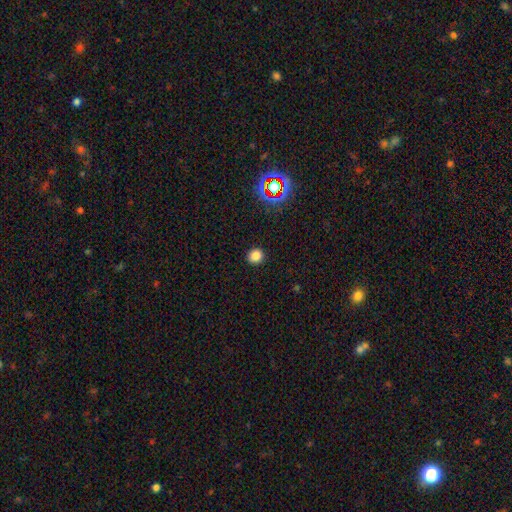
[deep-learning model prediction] smooth_or_featured: smooth (p=0.81) [alt: star or artifact p=0.15]
how_rounded: round (p=0.85) [alt: in between p=0.14]
merging: none (p=0.91) [alt: minor disturbance p=0.06]